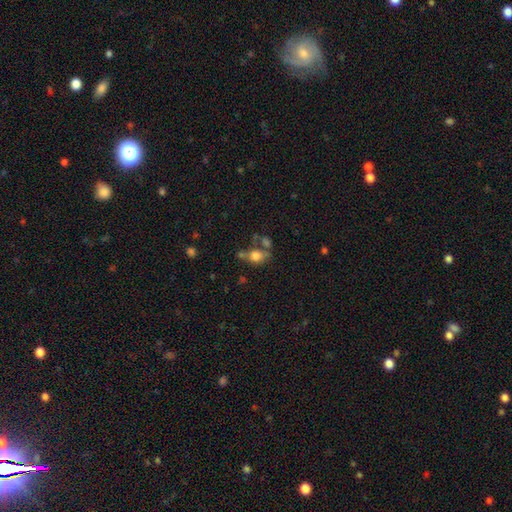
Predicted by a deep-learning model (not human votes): smooth-or-featured: smooth: 73% | featured or disk: 15% | star or artifact: 12%
  how-rounded: in between: 60% | round: 37% | cigar-shaped: 3%
  merging: none: 44% | merger: 29% | minor disturbance: 17% | major disturbance: 10%